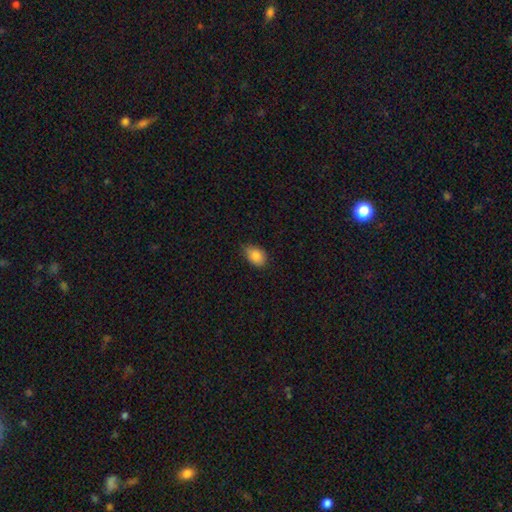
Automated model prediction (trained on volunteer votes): Smooth or featured? smooth (87%)
How rounded? in between (82%)
Merging? none (71%)